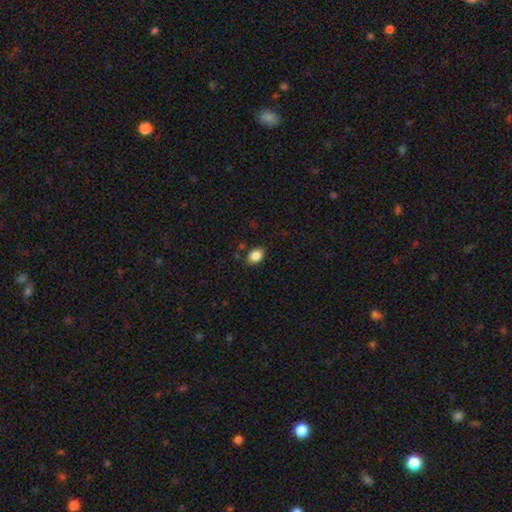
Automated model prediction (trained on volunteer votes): The model was most divided on "how rounded": in between: 77%, round: 21%, cigar-shaped: 1%. More confident: smooth or featured — smooth (86%); merging — none (83%).